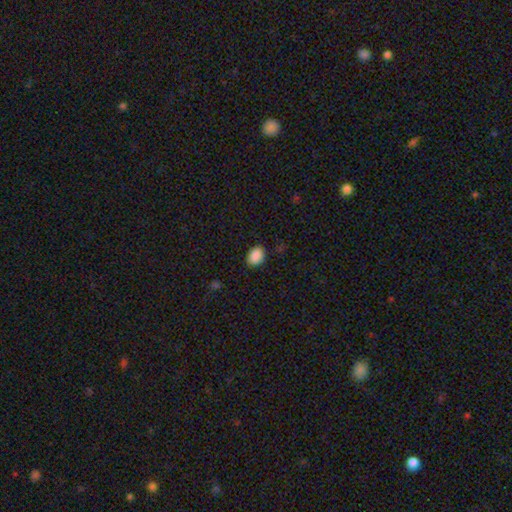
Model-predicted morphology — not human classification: Smooth or featured: smooth — 89% (star or artifact — 8%)
How rounded: in between — 71% (round — 28%)
Merging: none — 86% (minor disturbance — 10%)